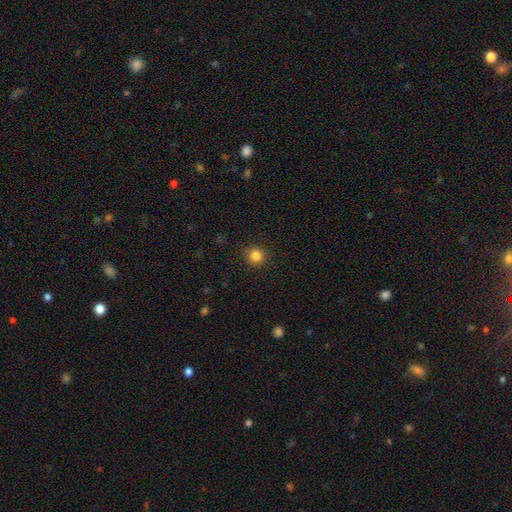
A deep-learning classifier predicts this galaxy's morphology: type=smooth (84%); roundness=round (93%); merging=none (90%).